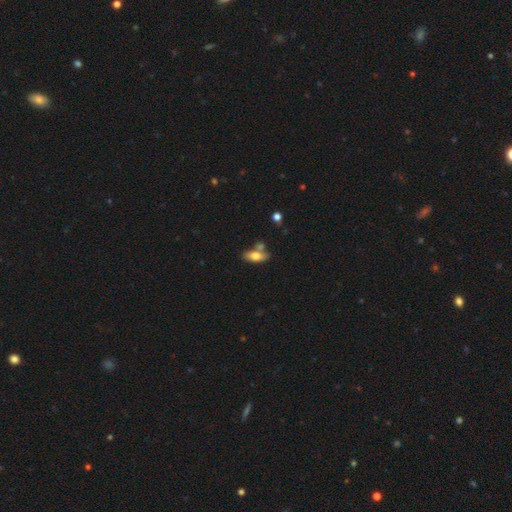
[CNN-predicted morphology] A smooth galaxy with no disk features (74%) that is in between round and cigar-shaped (81%). Merging: none (62%).